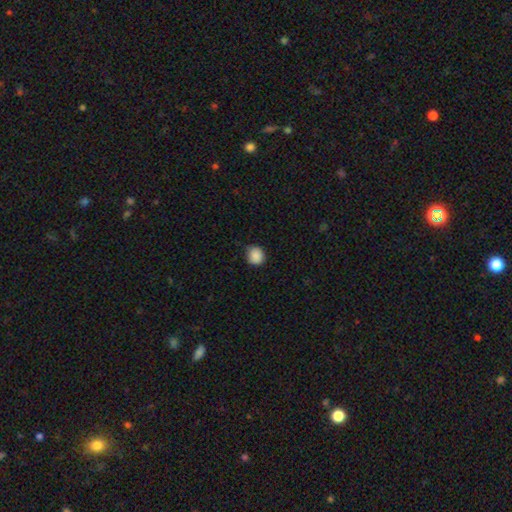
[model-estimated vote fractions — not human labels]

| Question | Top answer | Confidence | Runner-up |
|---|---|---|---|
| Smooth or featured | smooth | 88% | star or artifact (9%) |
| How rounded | round | 82% | in between (17%) |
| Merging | none | 79% | minor disturbance (17%) |